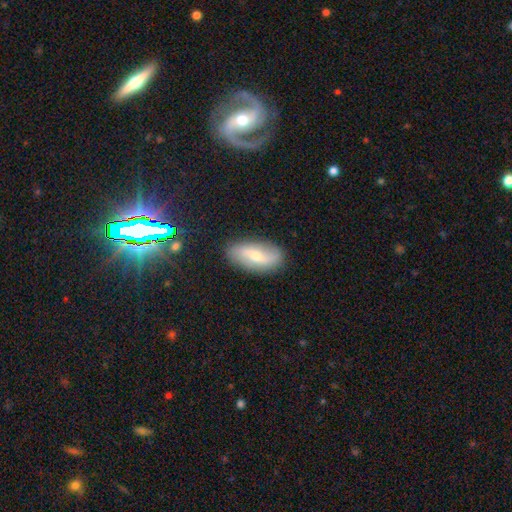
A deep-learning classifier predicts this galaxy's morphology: The model was most divided on "smooth or featured": featured or disk: 52%, smooth: 40%, star or artifact: 8%. More confident: edge-on disk — no (87%); merging — none (84%).